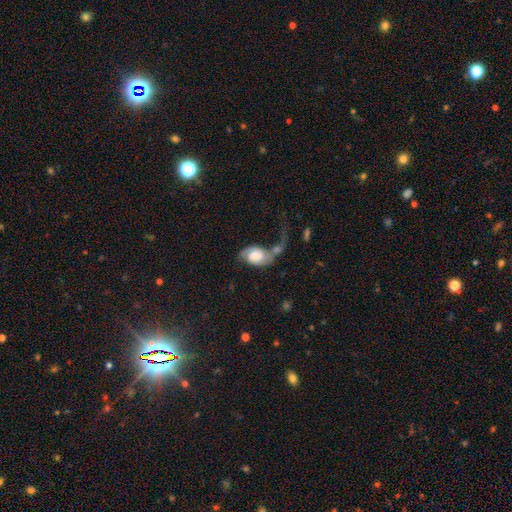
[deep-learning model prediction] Smooth or featured?
  - featured or disk: 56% *
  - smooth: 37%
  - star or artifact: 8%
Edge-on disk?
  - no: 96% *
  - yes: 4%
Bar?
  - no: 61% *
  - weak: 31%
  - strong: 8%
Spiral arms?
  - yes: 84% *
  - no: 16%
Bulge size?
  - large: 39% *
  - moderate: 26%
  - dominant: 13%
  - small: 11%
  - none: 10%
Merging?
  - major disturbance: 35% *
  - merger: 31%
  - none: 19%
  - minor disturbance: 14%